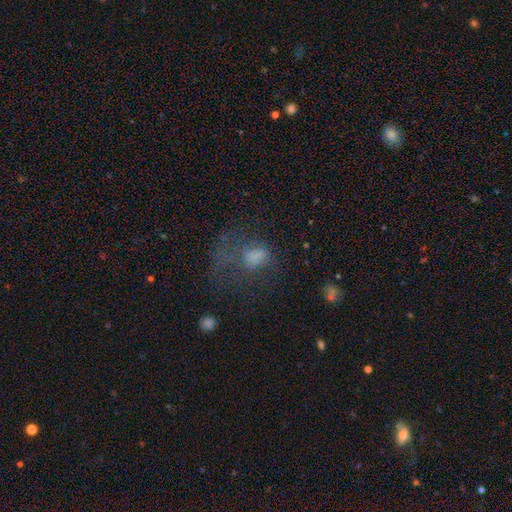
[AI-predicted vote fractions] Smooth or featured? Predicted: smooth (p=0.53). How rounded? Predicted: in between (p=0.61). Merging? Predicted: major disturbance (p=0.54).